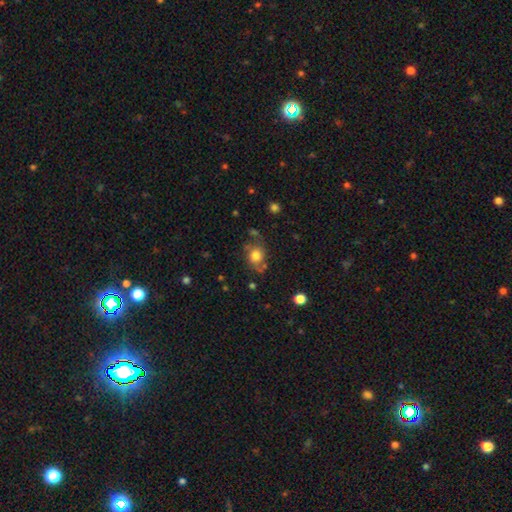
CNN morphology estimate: Q: Smooth or featured?
A: smooth (67%); runner-up: featured or disk (21%)
Q: How rounded?
A: round (67%); runner-up: in between (32%)
Q: Merging?
A: none (61%); runner-up: minor disturbance (22%)